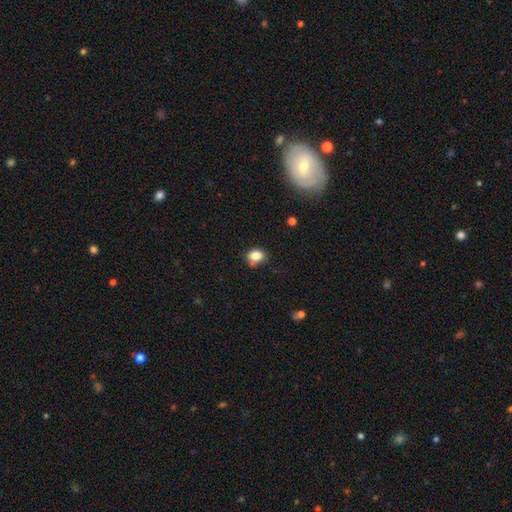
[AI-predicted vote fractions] Smooth or featured?
  - smooth: 81% *
  - star or artifact: 11%
  - featured or disk: 8%
How rounded?
  - in between: 62% *
  - round: 36%
  - cigar-shaped: 1%
Merging?
  - none: 60% *
  - minor disturbance: 27%
  - merger: 7%
  - major disturbance: 6%